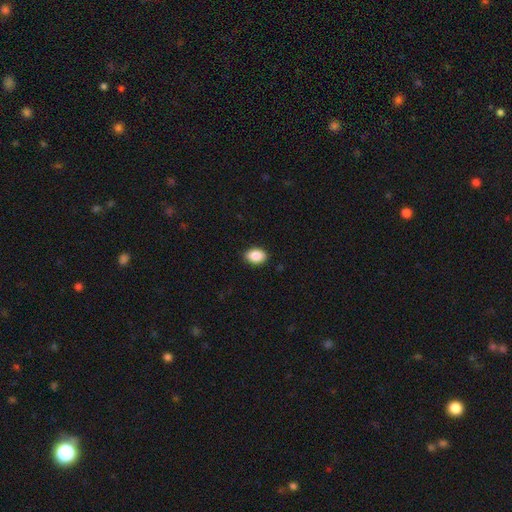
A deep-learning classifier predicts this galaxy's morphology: Smooth or featured? smooth (89%)
How rounded? in between (84%)
Merging? none (89%)